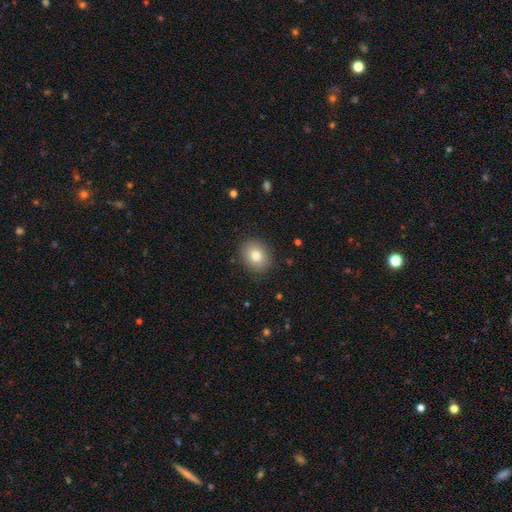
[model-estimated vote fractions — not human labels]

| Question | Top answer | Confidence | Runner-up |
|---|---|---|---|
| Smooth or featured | smooth | 81% | featured or disk (10%) |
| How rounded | in between | 50% | round (49%) |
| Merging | none | 87% | minor disturbance (9%) |